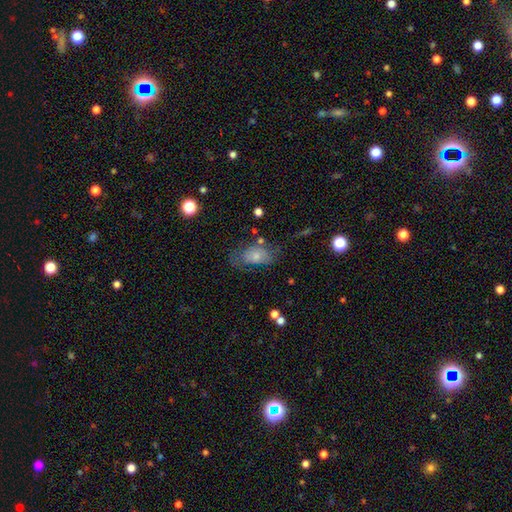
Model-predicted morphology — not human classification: Smooth or featured? smooth (66%)
How rounded? in between (87%)
Merging? none (46%)